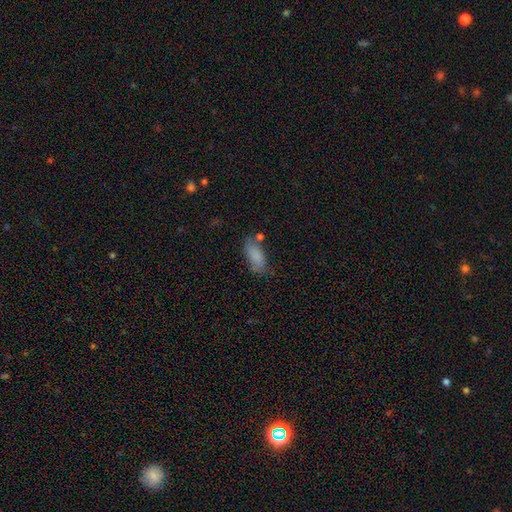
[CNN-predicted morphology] The model was most divided on "merging": none: 63%, minor disturbance: 22%, merger: 8%, major disturbance: 7%. More confident: how rounded — in between (86%); smooth or featured — smooth (84%).